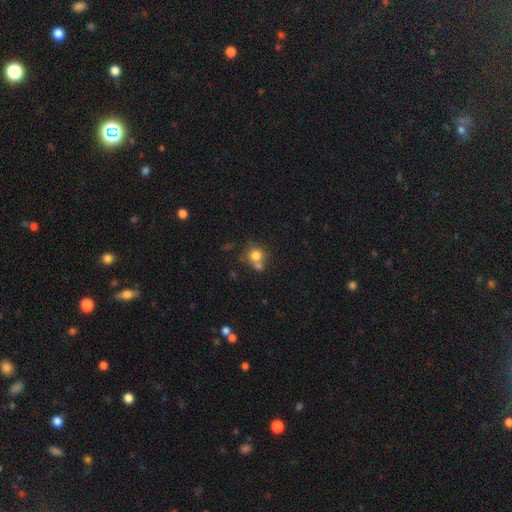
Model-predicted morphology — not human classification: A smooth galaxy with no disk features (76%) that is round (82%). Merging: none (45%).